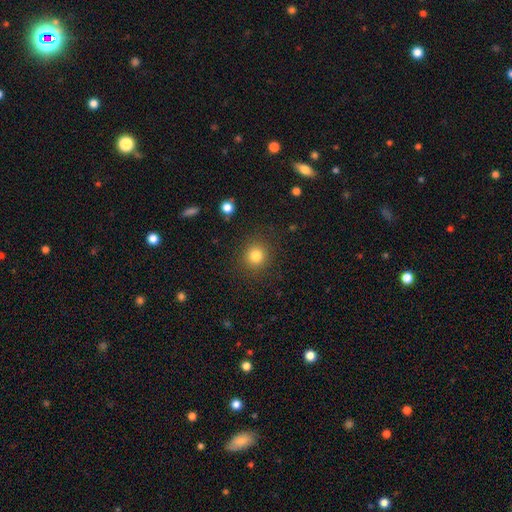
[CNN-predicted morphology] smooth-or-featured: smooth: 82% | star or artifact: 12% | featured or disk: 6%
  how-rounded: round: 91% | in between: 8% | cigar-shaped: 1%
  merging: none: 89% | minor disturbance: 7% | major disturbance: 3% | merger: 1%